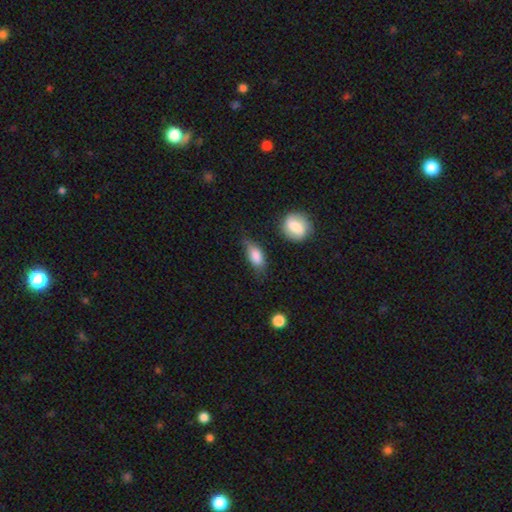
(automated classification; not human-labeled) Smooth or featured: smooth — 83% (featured or disk — 10%)
How rounded: in between — 85% (cigar-shaped — 10%)
Merging: none — 54% (minor disturbance — 34%)